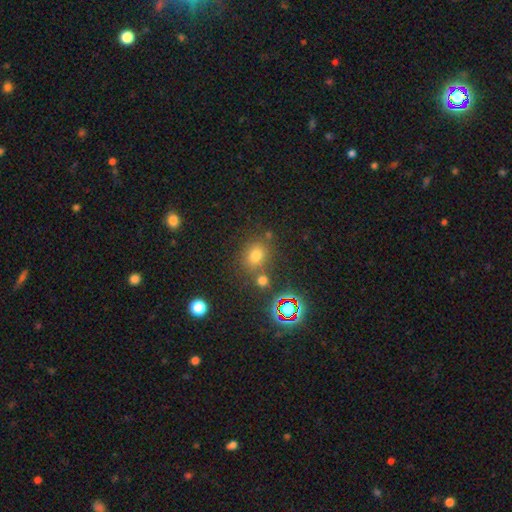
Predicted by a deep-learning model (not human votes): Smooth or featured: smooth — 65% (star or artifact — 26%)
How rounded: round — 63% (in between — 36%)
Merging: none — 69% (merger — 14%)